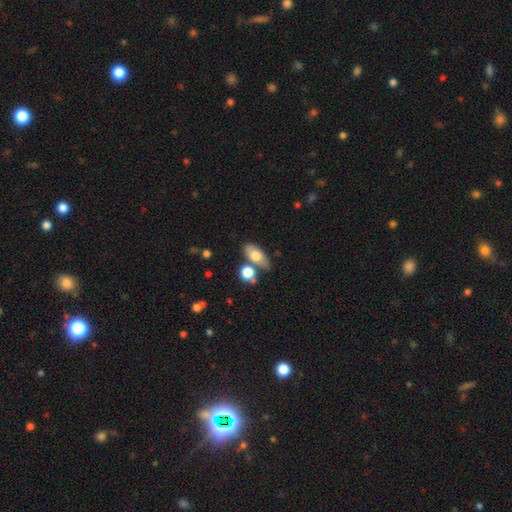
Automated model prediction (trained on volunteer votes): This appears to be a smooth galaxy with no disk features (69%) that is in between round and cigar-shaped (82%). Merging: none (63%).